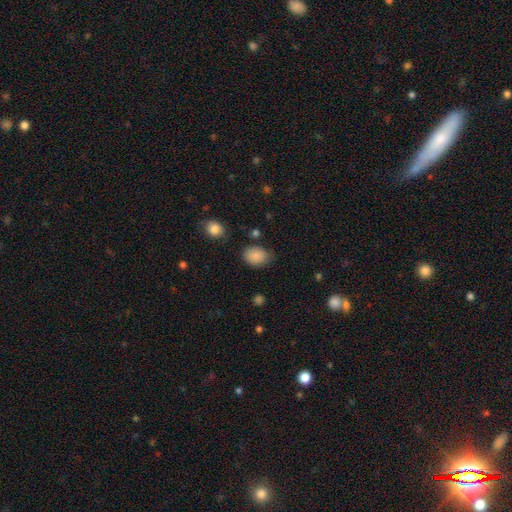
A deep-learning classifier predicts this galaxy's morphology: smooth 87%, star or artifact 8%, featured or disk 5%. Down the decision tree: how rounded — in between (69%); merging — none (72%).